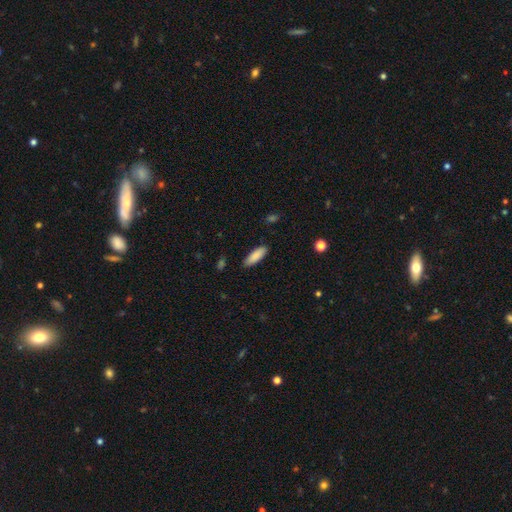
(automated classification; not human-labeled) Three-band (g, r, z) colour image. It shows a smooth galaxy with no disk features (88%) that is in between round and cigar-shaped (59%). Merging: none (86%).